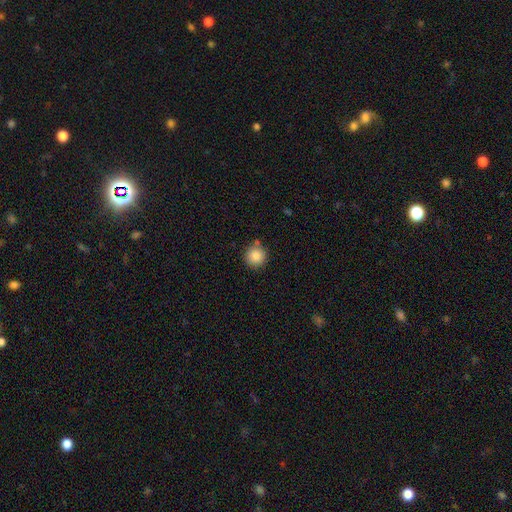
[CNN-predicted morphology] A smooth galaxy with no disk features (87%) that is round (94%). Merging: none (82%).